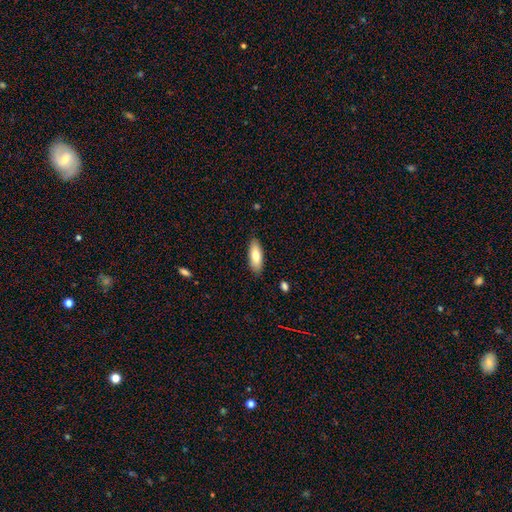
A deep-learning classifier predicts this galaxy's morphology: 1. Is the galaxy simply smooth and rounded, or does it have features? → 78% smooth, 16% featured or disk, 6% star or artifact.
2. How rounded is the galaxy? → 71% in between, 27% cigar-shaped, 2% round.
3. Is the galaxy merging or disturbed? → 88% none, 9% minor disturbance, 2% major disturbance, 1% merger.